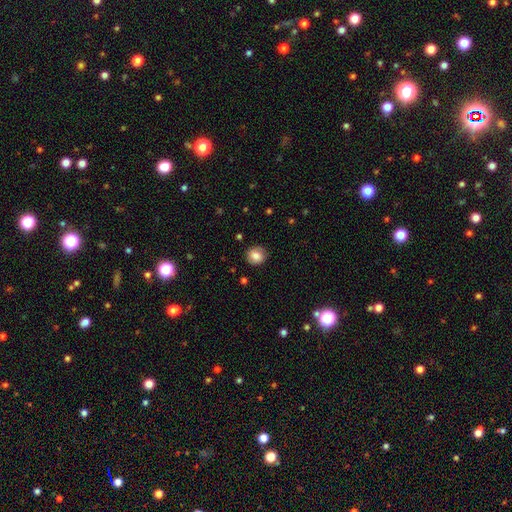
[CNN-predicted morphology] type=smooth (82%); roundness=round (86%); merging=none (86%).